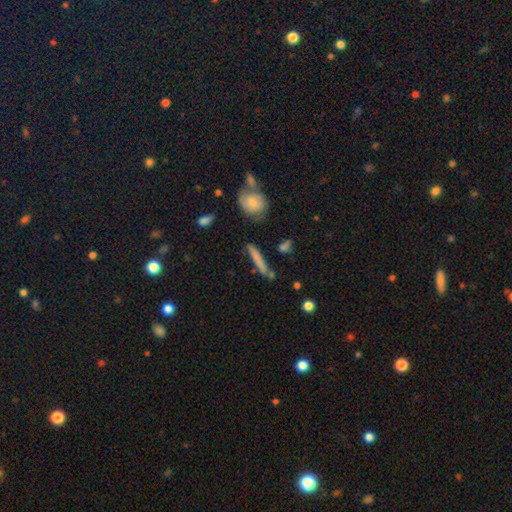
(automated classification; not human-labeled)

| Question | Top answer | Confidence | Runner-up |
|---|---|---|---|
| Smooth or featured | smooth | 64% | featured or disk (28%) |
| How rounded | cigar-shaped | 91% | in between (6%) |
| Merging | none | 75% | minor disturbance (14%) |